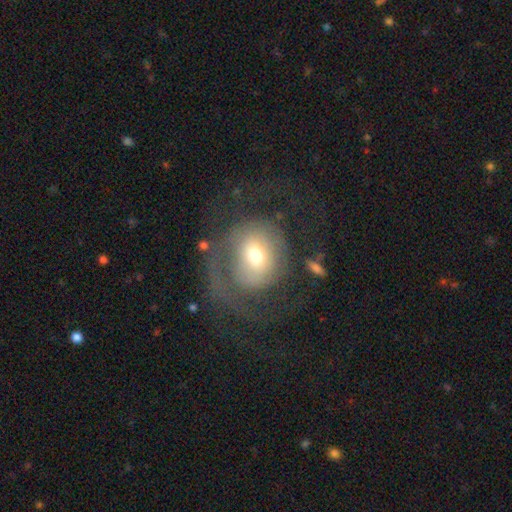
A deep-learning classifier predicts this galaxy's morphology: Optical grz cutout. It shows a smooth galaxy with no disk features (47%). Merging: major disturbance (52%).